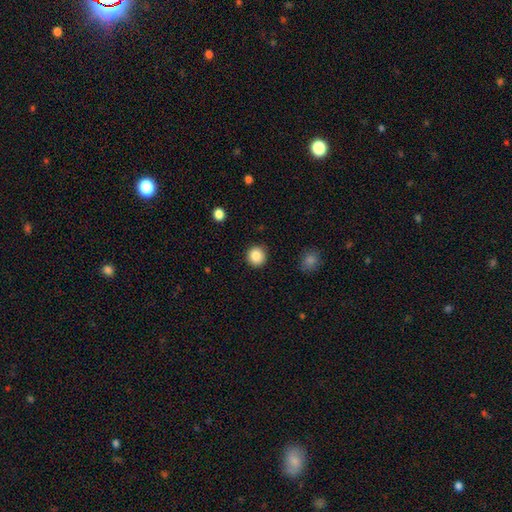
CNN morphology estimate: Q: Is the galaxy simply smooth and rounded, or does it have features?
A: smooth — 86%.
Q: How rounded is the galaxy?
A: round — 95%.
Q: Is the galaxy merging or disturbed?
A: none — 91%.